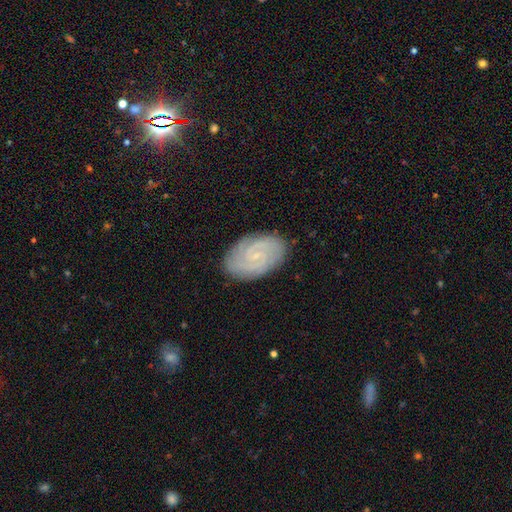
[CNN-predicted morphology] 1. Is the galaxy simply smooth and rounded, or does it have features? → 79% featured or disk, 14% smooth, 8% star or artifact.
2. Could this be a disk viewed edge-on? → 97% no, 3% yes.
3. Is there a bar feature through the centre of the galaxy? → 57% no, 36% weak, 6% strong.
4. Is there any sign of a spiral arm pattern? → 96% yes, 4% no.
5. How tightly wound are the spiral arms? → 66% tight, 28% medium, 6% loose.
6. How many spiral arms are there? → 35% 2, 24% can't tell, 19% 3, 10% 4, 6% more than 4, 6% 1.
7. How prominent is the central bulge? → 82% small, 9% moderate, 7% none, 1% large, 1% dominant.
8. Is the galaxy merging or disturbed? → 85% none, 12% minor disturbance, 3% major disturbance, 1% merger.